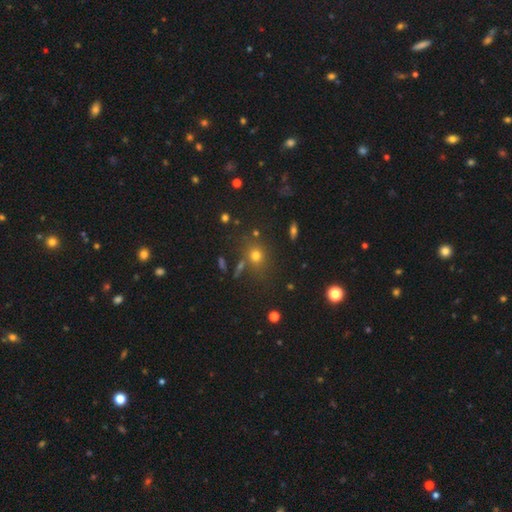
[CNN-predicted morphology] Smooth or featured: smooth — 66% (star or artifact — 23%)
How rounded: round — 73% (in between — 25%)
Merging: none — 74% (minor disturbance — 12%)